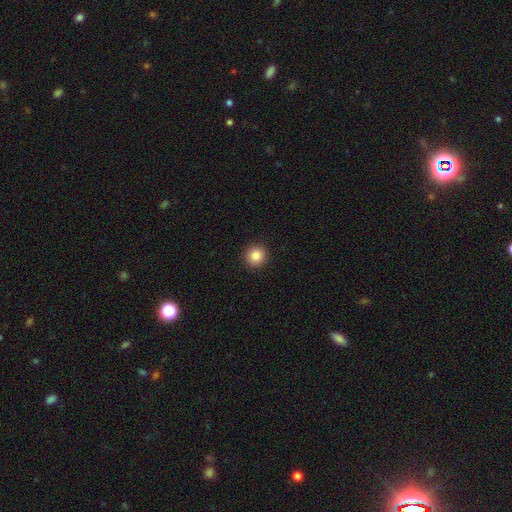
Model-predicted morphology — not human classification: Smooth or featured? smooth (86%)
How rounded? round (94%)
Merging? none (93%)